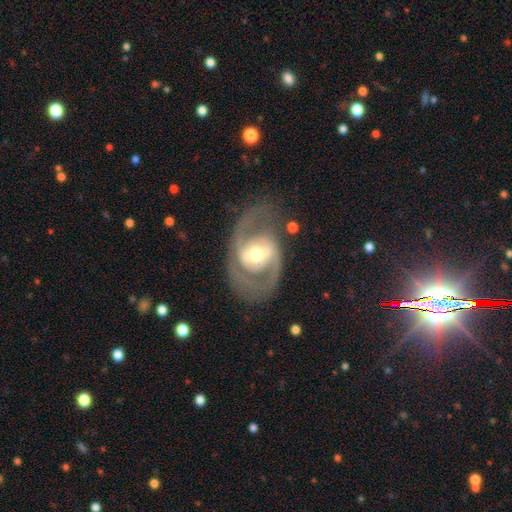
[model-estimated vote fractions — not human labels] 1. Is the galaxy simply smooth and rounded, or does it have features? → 87% featured or disk, 8% smooth, 5% star or artifact.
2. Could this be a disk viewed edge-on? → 96% no, 4% yes.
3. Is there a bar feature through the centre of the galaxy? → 43% weak, 29% strong, 28% no.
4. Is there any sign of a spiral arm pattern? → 91% yes, 9% no.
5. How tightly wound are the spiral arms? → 53% medium, 29% tight, 17% loose.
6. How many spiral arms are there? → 85% 2, 6% can't tell, 4% 1, 3% 3, 1% 4, 1% more than 4.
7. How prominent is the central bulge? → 63% moderate, 23% small, 11% large, 1% dominant, 1% none.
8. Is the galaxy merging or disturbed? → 70% none, 17% minor disturbance, 11% major disturbance, 2% merger.